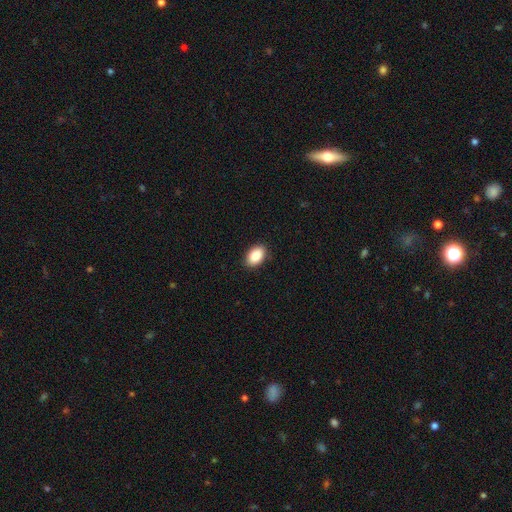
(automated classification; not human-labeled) A smooth galaxy with no disk features (89%) that is in between round and cigar-shaped (90%).

Vote fractions:
- Smooth or featured? smooth: 89% / star or artifact: 7% / featured or disk: 4%
- How rounded? in between: 90% / round: 9% / cigar-shaped: 1%
- Merging? none: 89% / minor disturbance: 8% / major disturbance: 2% / merger: 1%